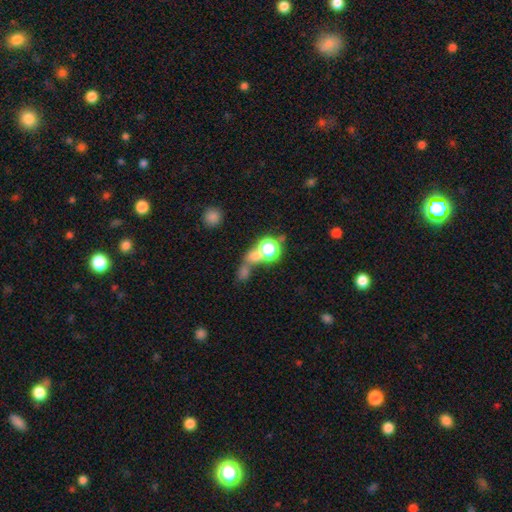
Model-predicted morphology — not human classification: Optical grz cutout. It shows a smooth galaxy with no disk features (58%) that is round (68%). Merging: merger (49%).